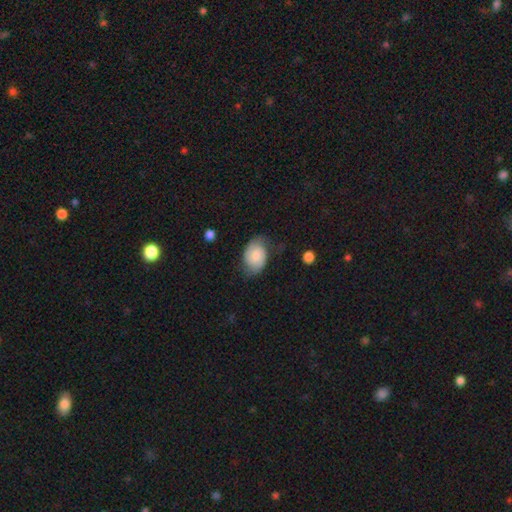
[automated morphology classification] This is possibly a smooth galaxy (53%). How rounded: likely in between (78%). Merging: possibly none (59%).